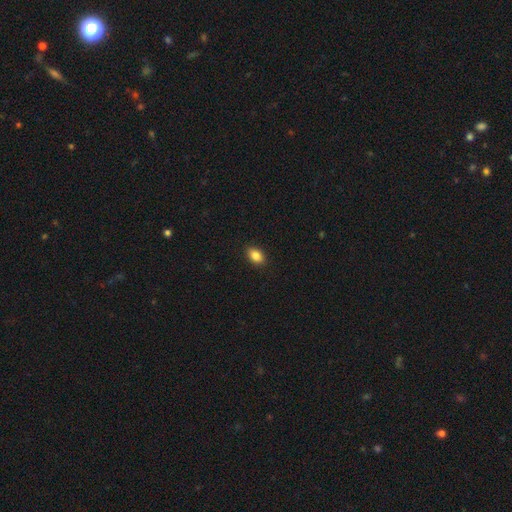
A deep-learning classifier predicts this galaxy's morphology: Q: Smooth or featured?
A: smooth (86%); runner-up: star or artifact (9%)
Q: How rounded?
A: in between (85%); runner-up: round (14%)
Q: Merging?
A: none (89%); runner-up: minor disturbance (8%)